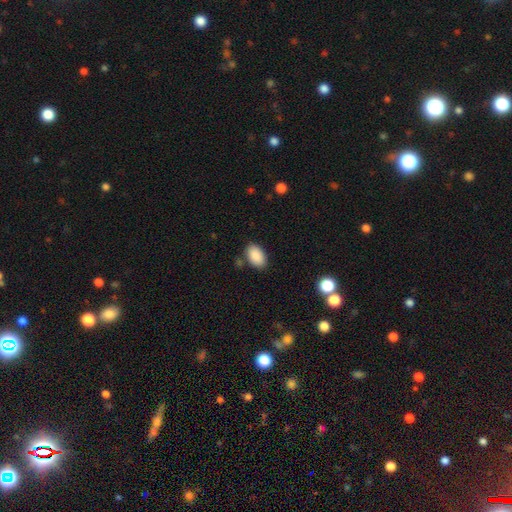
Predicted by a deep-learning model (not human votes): This is clearly a smooth galaxy (89%). How rounded: clearly in between (92%). Merging: clearly none (81%).